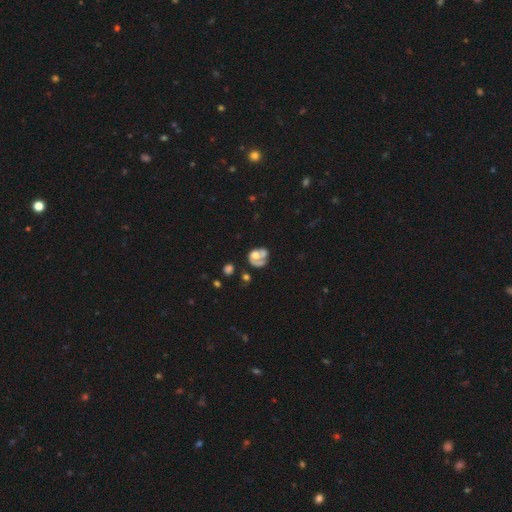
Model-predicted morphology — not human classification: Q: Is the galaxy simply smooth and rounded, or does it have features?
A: featured or disk — 53%.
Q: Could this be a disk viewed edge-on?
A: no — 97%.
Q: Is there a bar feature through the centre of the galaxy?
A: no — 87%.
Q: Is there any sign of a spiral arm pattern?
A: no — 58%.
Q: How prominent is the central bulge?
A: moderate — 46%.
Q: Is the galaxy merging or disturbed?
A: merger — 33%.